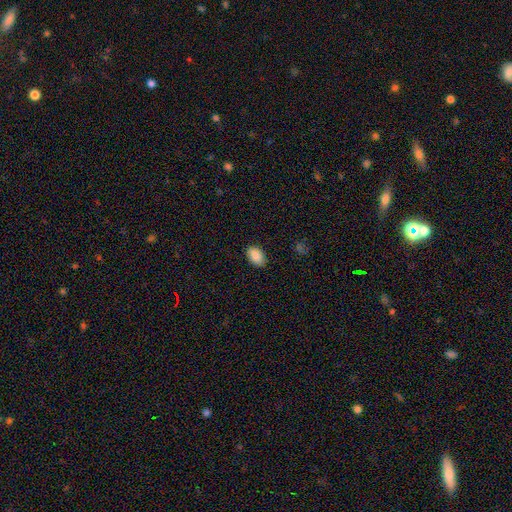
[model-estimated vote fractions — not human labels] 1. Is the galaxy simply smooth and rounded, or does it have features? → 89% smooth, 7% star or artifact, 3% featured or disk.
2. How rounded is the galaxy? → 91% in between, 8% round, 1% cigar-shaped.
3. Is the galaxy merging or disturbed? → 86% none, 10% minor disturbance, 2% major disturbance, 1% merger.